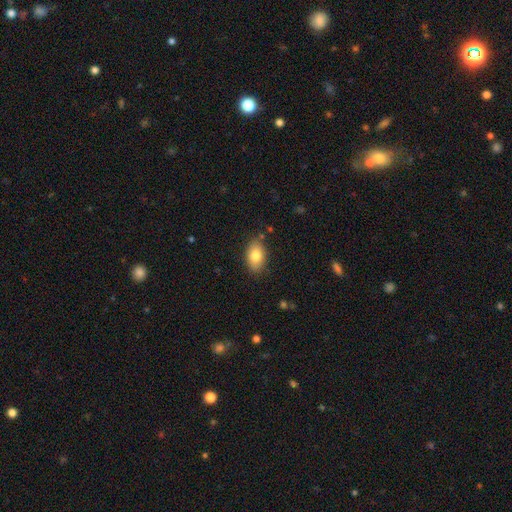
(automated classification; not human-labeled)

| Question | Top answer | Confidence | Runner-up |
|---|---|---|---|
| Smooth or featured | smooth | 80% | featured or disk (12%) |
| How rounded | in between | 89% | round (9%) |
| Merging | none | 83% | minor disturbance (12%) |